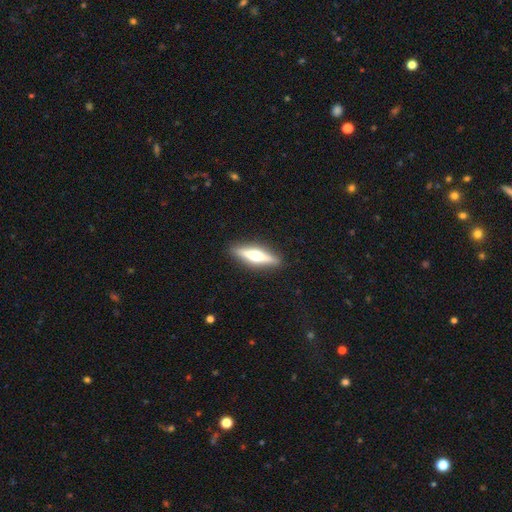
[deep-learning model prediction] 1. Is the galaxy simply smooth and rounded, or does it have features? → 60% featured or disk, 34% smooth, 6% star or artifact.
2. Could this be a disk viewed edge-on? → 95% yes, 5% no.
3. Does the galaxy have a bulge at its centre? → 92% rounded, 5% boxy, 4% none.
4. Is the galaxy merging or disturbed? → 90% none, 7% minor disturbance, 2% major disturbance, 1% merger.